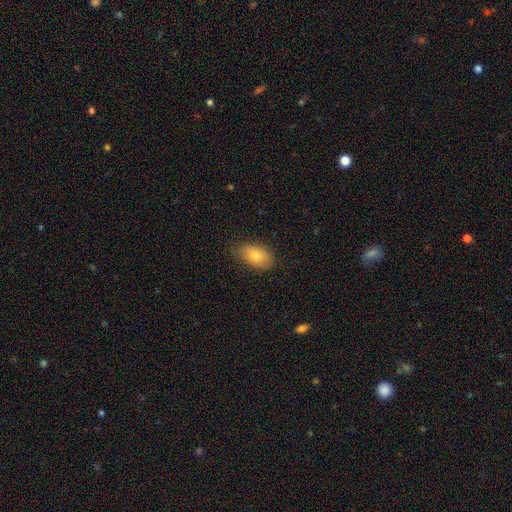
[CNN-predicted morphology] Overall: smooth (76%). How rounded: in between (90%). Merging: none (75%).